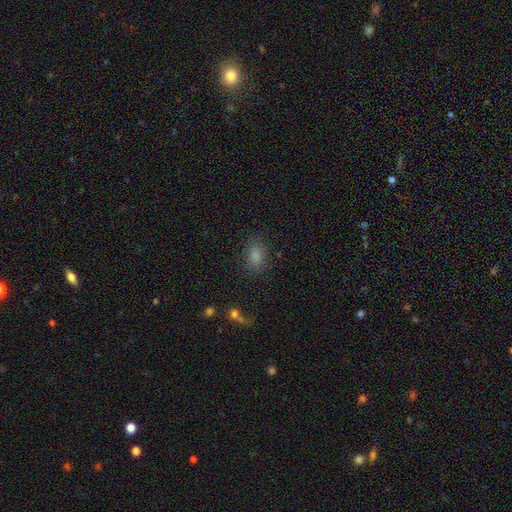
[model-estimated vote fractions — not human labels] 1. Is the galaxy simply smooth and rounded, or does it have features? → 81% smooth, 13% star or artifact, 6% featured or disk.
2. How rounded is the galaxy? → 81% in between, 17% round, 2% cigar-shaped.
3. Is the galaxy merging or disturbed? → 79% none, 13% minor disturbance, 6% major disturbance, 3% merger.